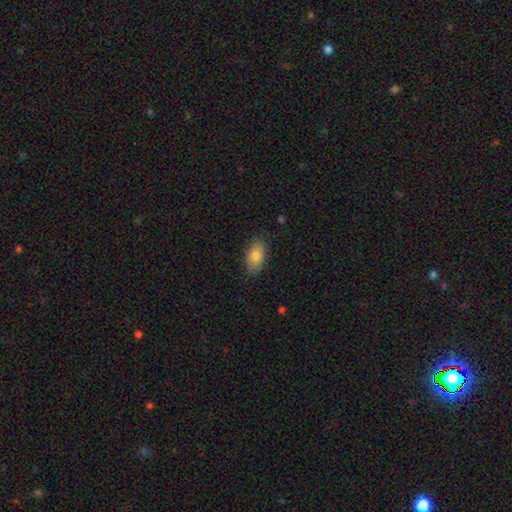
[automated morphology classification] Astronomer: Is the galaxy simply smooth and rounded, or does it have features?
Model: smooth — 81%.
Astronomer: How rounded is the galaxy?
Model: in between — 92%.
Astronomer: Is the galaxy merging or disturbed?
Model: none — 84%.